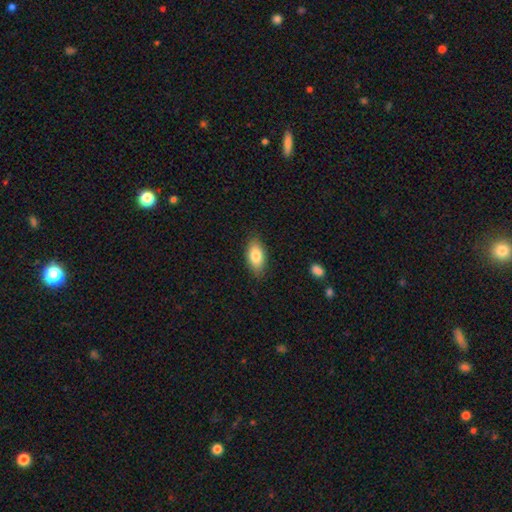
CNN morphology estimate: Smooth or featured? smooth (82%)
How rounded? in between (90%)
Merging? none (85%)